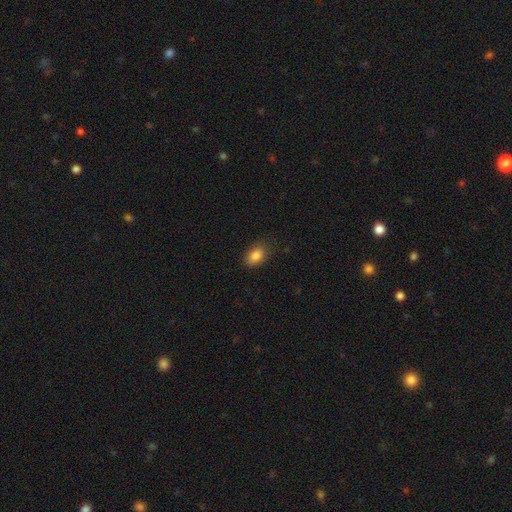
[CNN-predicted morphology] smooth 85%, star or artifact 9%, featured or disk 7%. Down the decision tree: how rounded — in between (85%); merging — none (80%).